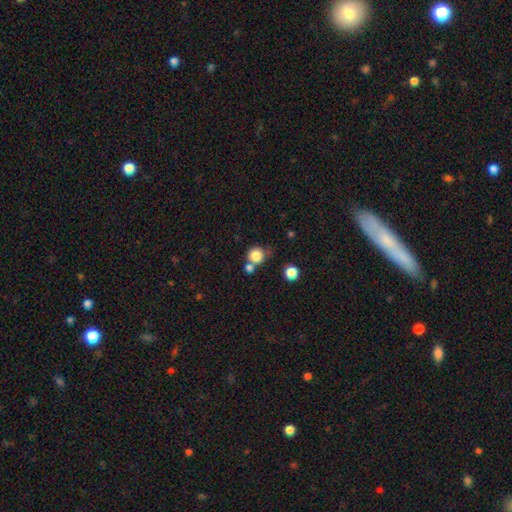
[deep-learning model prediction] Overall: smooth (83%). How rounded: round (89%). Merging: none (54%; merger 29%).